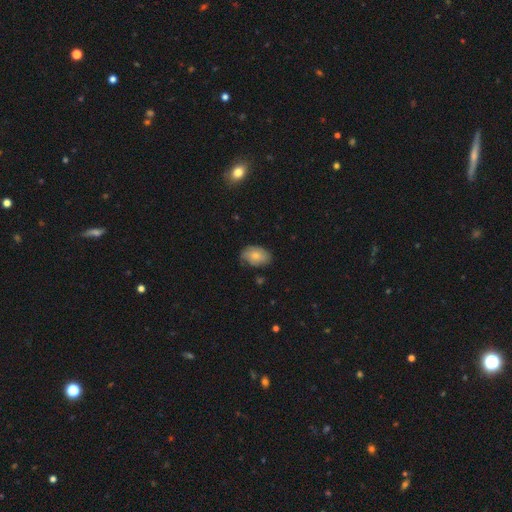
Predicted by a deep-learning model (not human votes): A smooth galaxy with no disk features (70%) that is in between round and cigar-shaped (84%). Merging: none (67%).